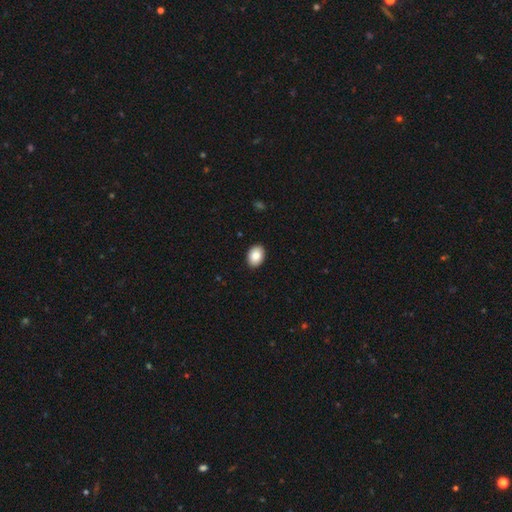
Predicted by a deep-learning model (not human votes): Q: Smooth or featured?
A: smooth (88%); runner-up: star or artifact (7%)
Q: How rounded?
A: in between (81%); runner-up: round (18%)
Q: Merging?
A: none (91%); runner-up: minor disturbance (7%)